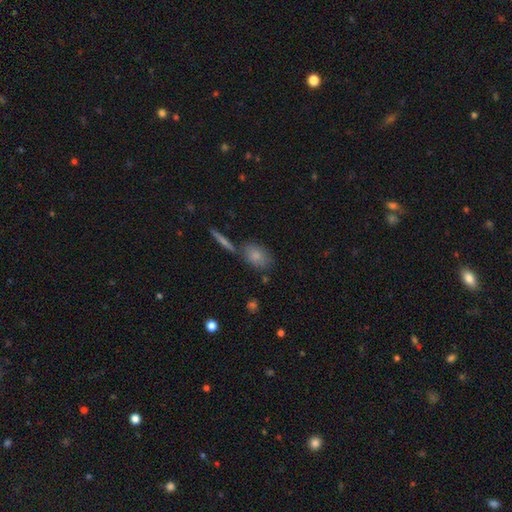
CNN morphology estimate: Smooth or featured?
  - smooth: 79% *
  - featured or disk: 13%
  - star or artifact: 8%
How rounded?
  - in between: 81% *
  - round: 13%
  - cigar-shaped: 6%
Merging?
  - none: 64% *
  - merger: 17%
  - minor disturbance: 14%
  - major disturbance: 5%